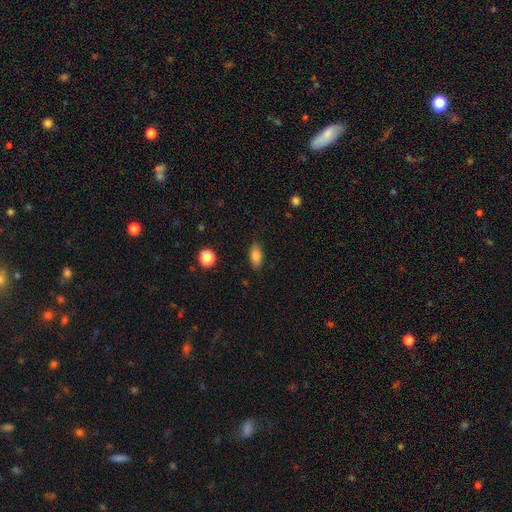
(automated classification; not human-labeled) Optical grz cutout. It shows a smooth galaxy with no disk features (83%) that is in between round and cigar-shaped (84%). Merging: none (85%).